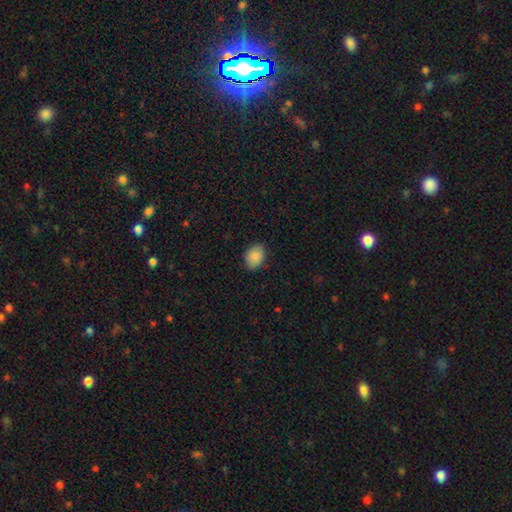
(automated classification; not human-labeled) smooth 87%, star or artifact 7%, featured or disk 6%. Down the decision tree: how rounded — in between (77%); merging — none (83%).